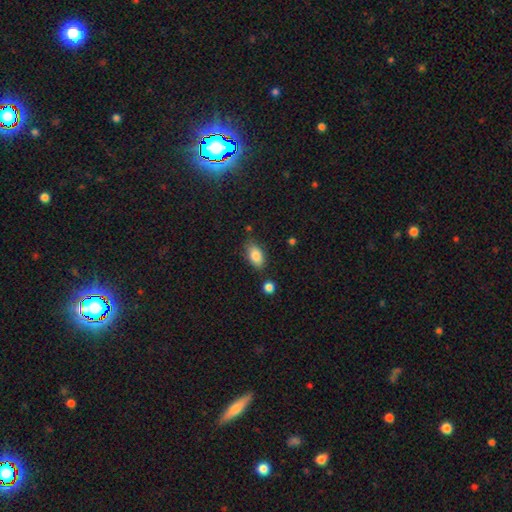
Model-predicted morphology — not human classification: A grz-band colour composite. It shows a smooth galaxy with no disk features (84%) that is in between round and cigar-shaped (91%). Merging: none (76%).